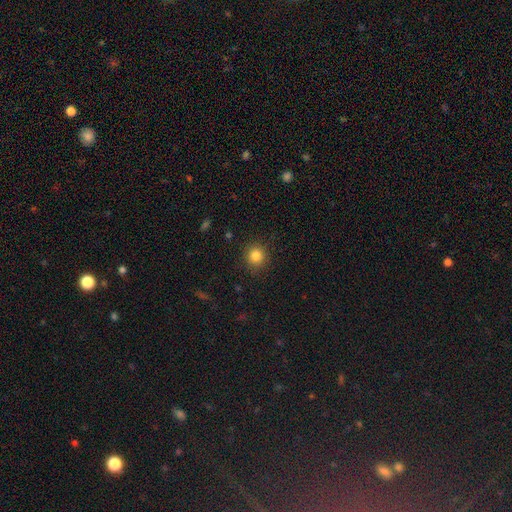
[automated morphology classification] smooth-or-featured: smooth: 84% | star or artifact: 11% | featured or disk: 5%
  how-rounded: round: 91% | in between: 8% | cigar-shaped: 1%
  merging: none: 88% | minor disturbance: 8% | major disturbance: 3% | merger: 1%